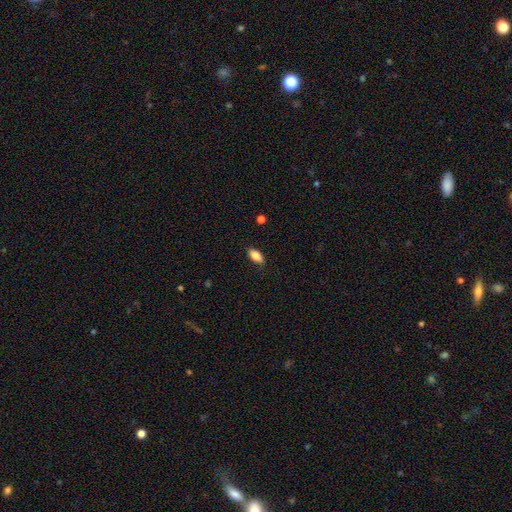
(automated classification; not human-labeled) A smooth galaxy with no disk features (83%) that is in between round and cigar-shaped (88%). Merging: none (85%).